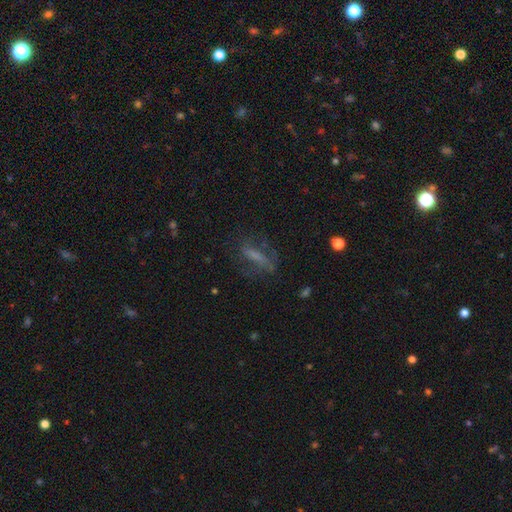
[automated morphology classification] A featured or disk galaxy (43%).

Vote fractions:
- Smooth or featured? featured or disk: 43% / smooth: 40% / star or artifact: 17%
- Merging? none: 59% / major disturbance: 20% / minor disturbance: 19% / merger: 2%